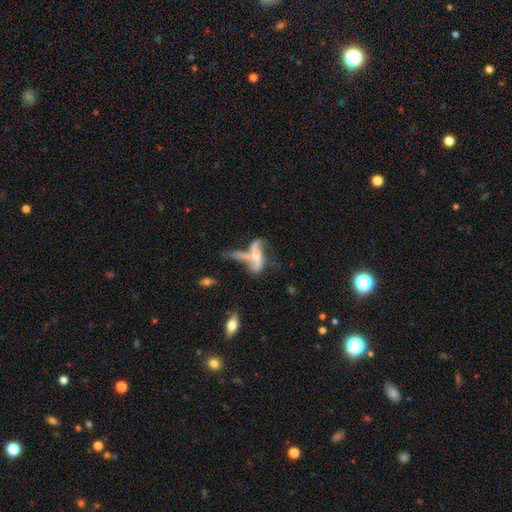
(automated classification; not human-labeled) This appears to be a featured or disk galaxy (59%). Merging: merger (49%).